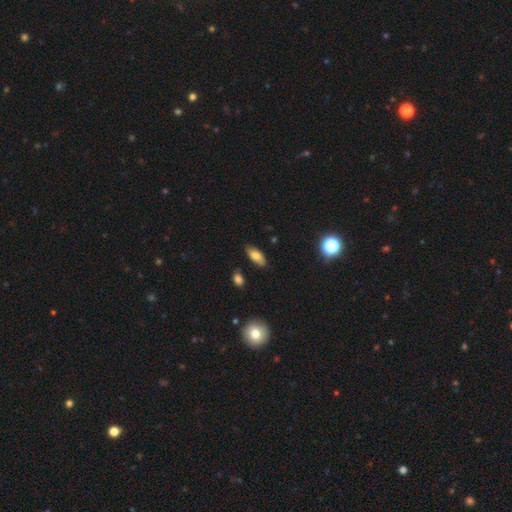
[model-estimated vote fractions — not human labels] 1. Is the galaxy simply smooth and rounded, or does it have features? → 75% smooth, 16% featured or disk, 9% star or artifact.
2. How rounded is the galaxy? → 84% in between, 13% cigar-shaped, 3% round.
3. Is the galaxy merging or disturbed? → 82% none, 13% minor disturbance, 2% major disturbance, 2% merger.